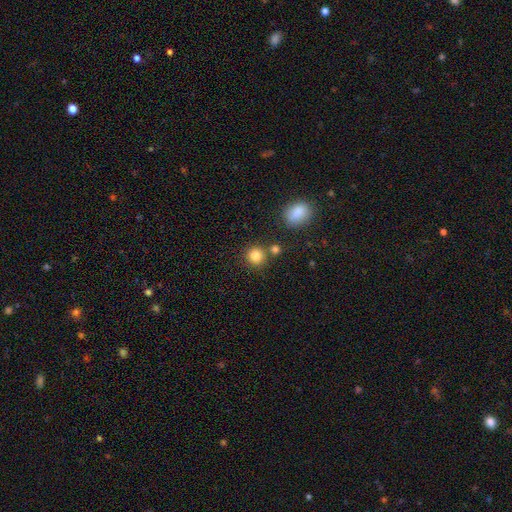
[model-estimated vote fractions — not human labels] Morphology: type=smooth (84%); roundness=round (89%); merging=none (77%).